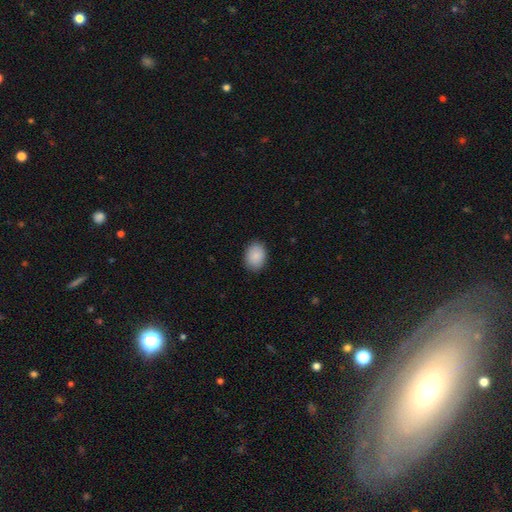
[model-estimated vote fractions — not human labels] A smooth galaxy with no disk features (88%) that is in between round and cigar-shaped (72%). Merging: none (87%).